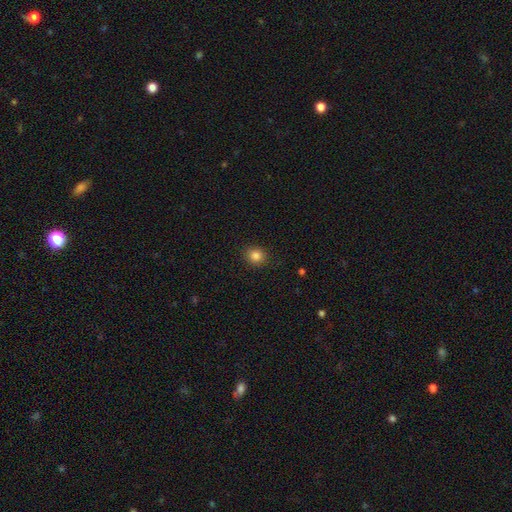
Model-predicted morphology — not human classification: A smooth galaxy with no disk features (84%) that is round (78%). Merging: none (89%).